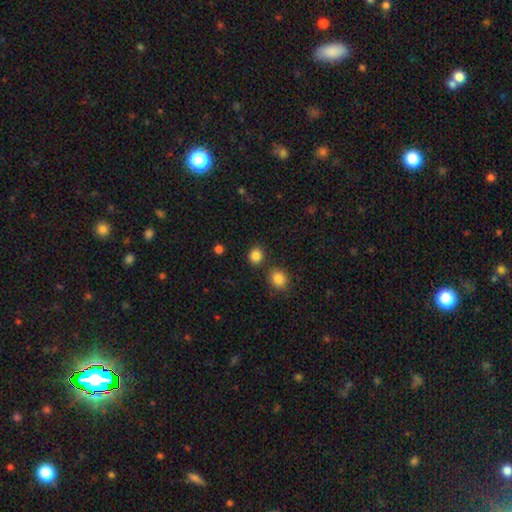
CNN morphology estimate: This is clearly a smooth galaxy (85%). How rounded: likely round (79%). Merging: clearly none (83%).